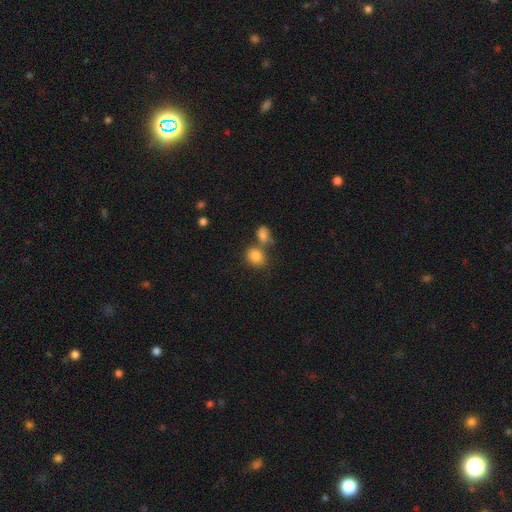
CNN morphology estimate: smooth-or-featured: smooth: 84% | star or artifact: 10% | featured or disk: 7%
  how-rounded: round: 56% | in between: 43% | cigar-shaped: 1%
  merging: none: 49% | merger: 36% | minor disturbance: 11% | major disturbance: 4%